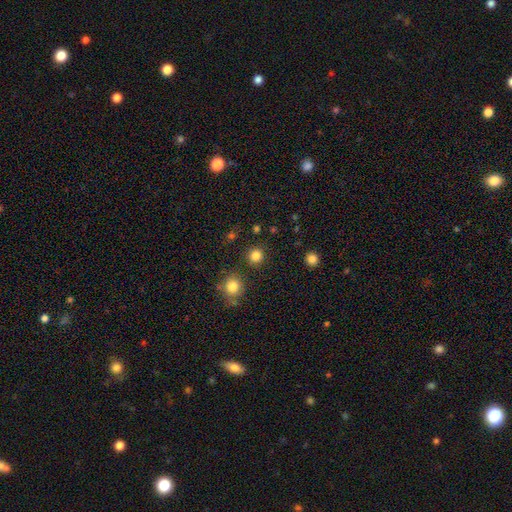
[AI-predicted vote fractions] The model was most divided on "smooth or featured": smooth: 83%, star or artifact: 13%, featured or disk: 4%. More confident: how rounded — round (93%); merging — none (89%).